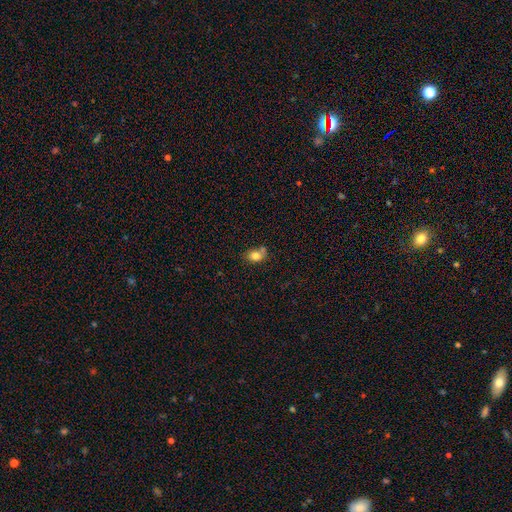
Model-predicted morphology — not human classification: Smooth or featured: smooth — 80% (featured or disk — 10%)
How rounded: in between — 64% (round — 34%)
Merging: none — 51% (merger — 24%)